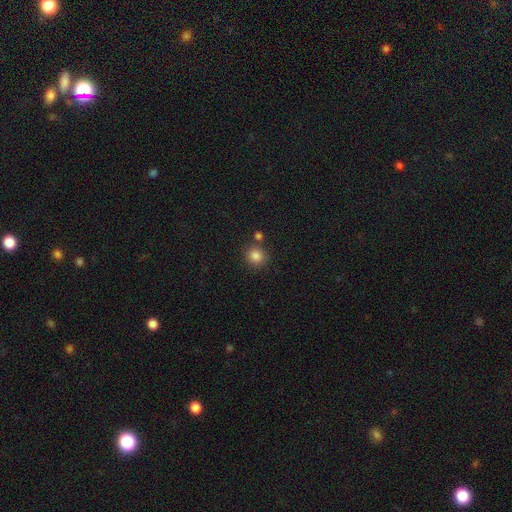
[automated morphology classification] This is clearly a smooth galaxy (85%). How rounded: clearly round (90%). Merging: likely none (79%).